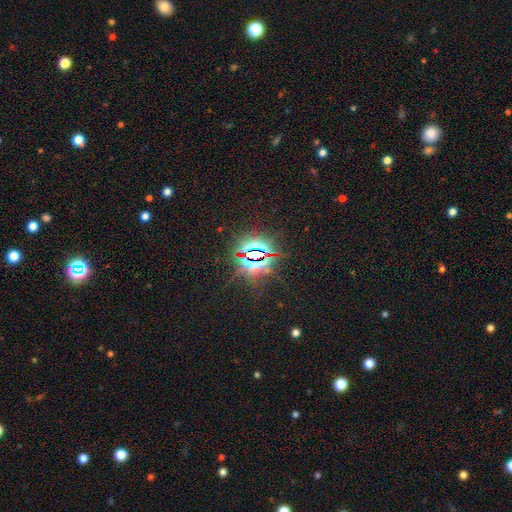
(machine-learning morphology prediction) Smooth or featured: star or artifact — 84% (smooth — 9%)